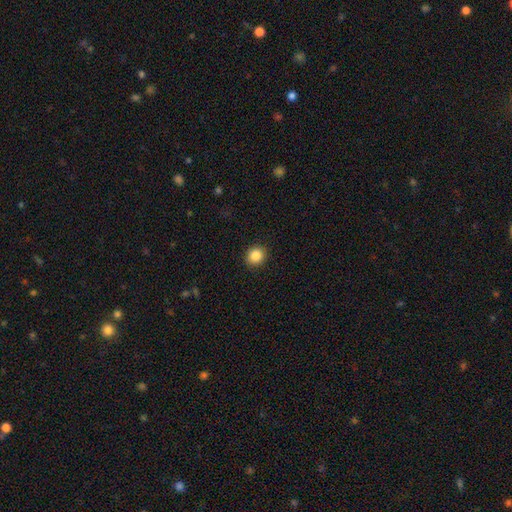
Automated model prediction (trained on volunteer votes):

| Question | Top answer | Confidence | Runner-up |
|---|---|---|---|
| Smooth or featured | smooth | 86% | star or artifact (10%) |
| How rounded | round | 83% | in between (16%) |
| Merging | none | 92% | minor disturbance (6%) |